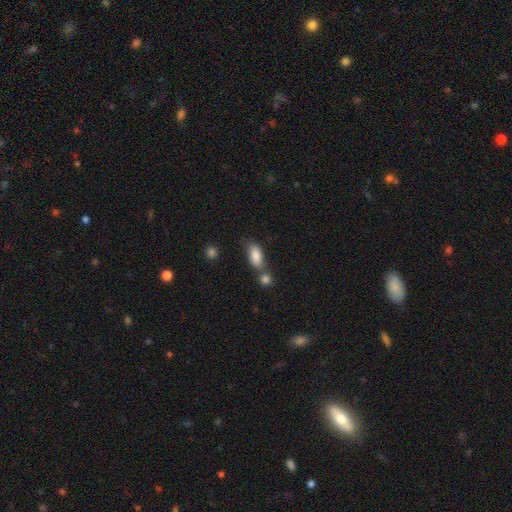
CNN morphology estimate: Overall: smooth (85%). How rounded: in between (85%). Merging: none (46%; merger 35%).